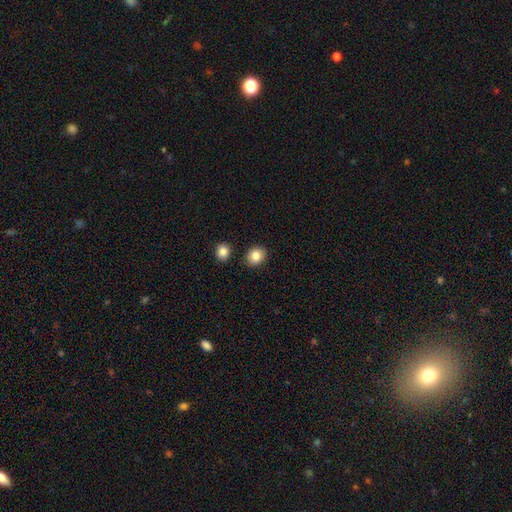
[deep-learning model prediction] This appears to be a smooth galaxy with no disk features (85%) that is round (68%). Merging: none (86%).